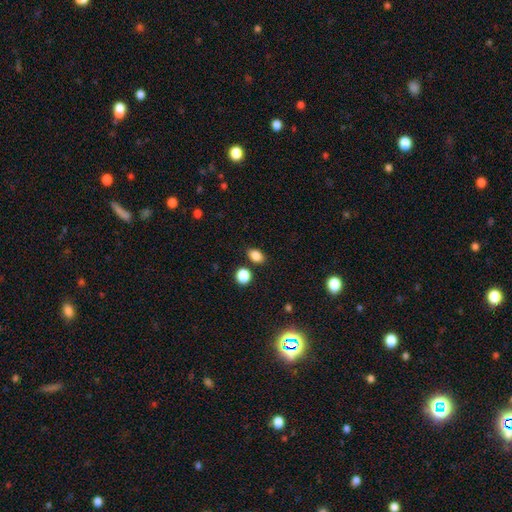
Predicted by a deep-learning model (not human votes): Smooth or featured?
  - smooth: 85% *
  - star or artifact: 10%
  - featured or disk: 5%
How rounded?
  - in between: 77% *
  - round: 22%
  - cigar-shaped: 2%
Merging?
  - none: 80% *
  - minor disturbance: 11%
  - merger: 6%
  - major disturbance: 3%